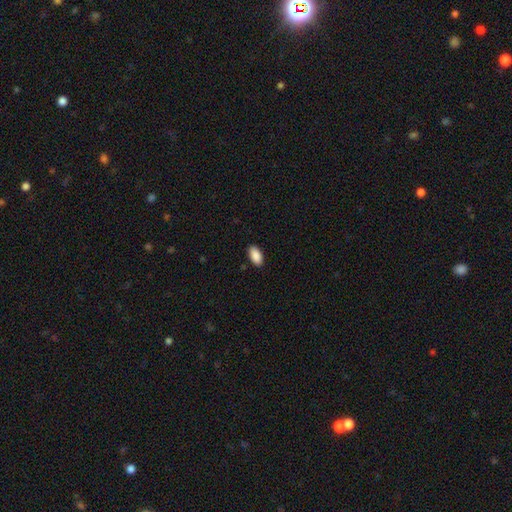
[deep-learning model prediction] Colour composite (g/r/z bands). It shows a smooth galaxy with no disk features (90%) that is in between round and cigar-shaped (94%). Merging: none (89%).